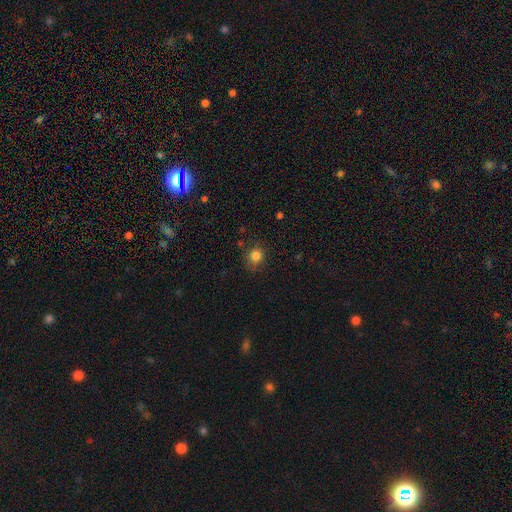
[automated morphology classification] Smooth or featured? Predicted: smooth (p=0.82). How rounded? Predicted: round (p=0.77). Merging? Predicted: none (p=0.76).